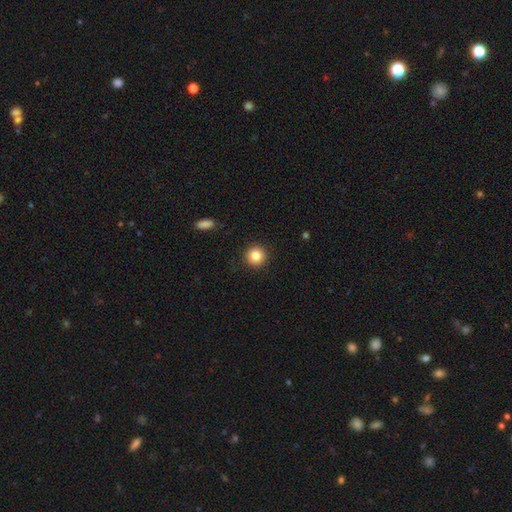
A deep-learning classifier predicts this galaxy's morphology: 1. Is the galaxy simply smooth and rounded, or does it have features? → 84% smooth, 10% star or artifact, 6% featured or disk.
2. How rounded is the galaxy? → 95% round, 4% in between, 1% cigar-shaped.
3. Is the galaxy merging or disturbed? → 92% none, 5% minor disturbance, 2% major disturbance, 1% merger.